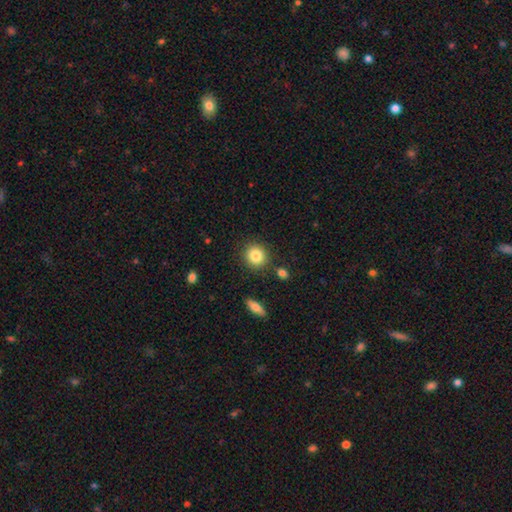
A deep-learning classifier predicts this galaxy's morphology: A smooth galaxy with no disk features (85%) that is round (86%). Merging: none (86%).